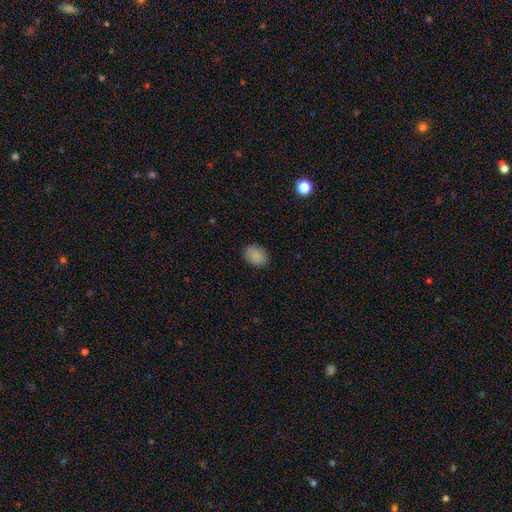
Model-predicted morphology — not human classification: Smooth or featured?
  - smooth: 88% *
  - star or artifact: 8%
  - featured or disk: 4%
How rounded?
  - in between: 72% *
  - round: 27%
  - cigar-shaped: 1%
Merging?
  - none: 88% *
  - minor disturbance: 9%
  - major disturbance: 2%
  - merger: 1%